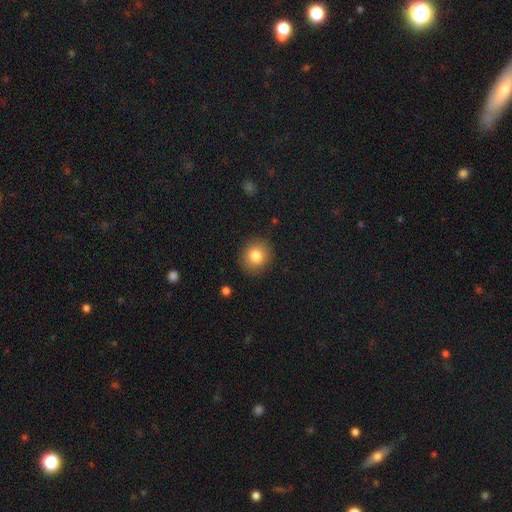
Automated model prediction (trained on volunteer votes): Smooth or featured? smooth (81%)
How rounded? round (78%)
Merging? none (89%)